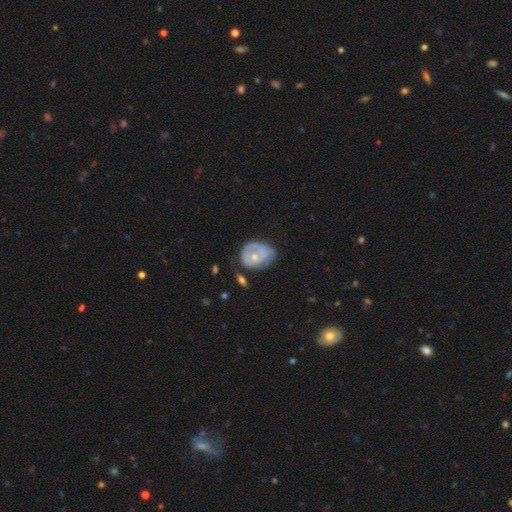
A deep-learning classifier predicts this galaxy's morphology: This appears to be a featured or disk galaxy (54%) with no bar (82%), no spiral arms (51%) and a small central bulge (52%). Merging: none (47%).